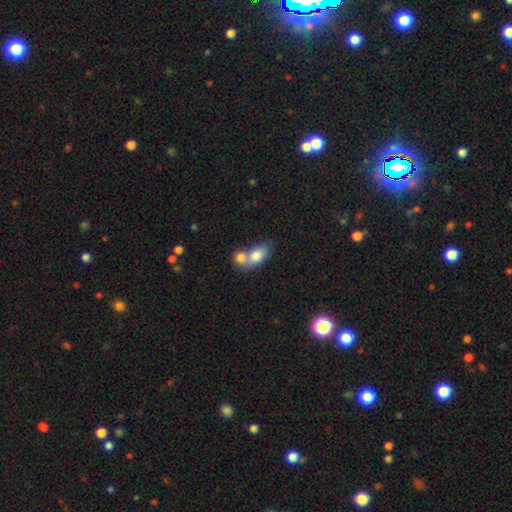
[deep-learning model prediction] The model was most divided on "merging": merger: 67%, none: 22%, minor disturbance: 8%, major disturbance: 4%. More confident: how rounded — in between (81%); smooth or featured — smooth (78%).